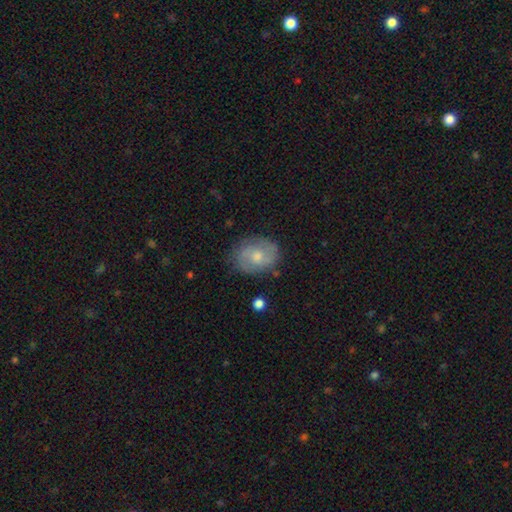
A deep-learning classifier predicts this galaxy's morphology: A featured or disk galaxy (58%) with no bar (65%), spiral arms (81%) and a moderate central bulge (56%). Merging: none (80%).